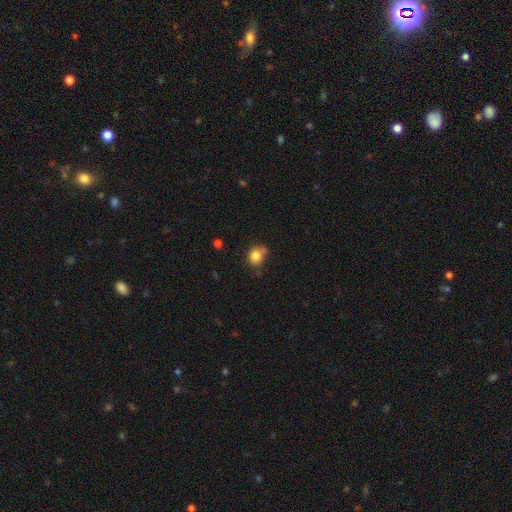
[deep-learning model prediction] Smooth or featured?
  - smooth: 82% *
  - star or artifact: 11%
  - featured or disk: 7%
How rounded?
  - round: 74% *
  - in between: 25%
  - cigar-shaped: 1%
Merging?
  - none: 61% *
  - minor disturbance: 17%
  - merger: 17%
  - major disturbance: 5%